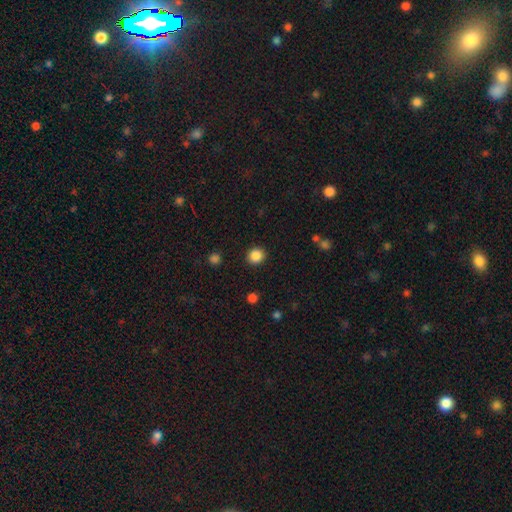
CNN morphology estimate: Smooth or featured? Predicted: smooth (p=0.87). How rounded? Predicted: round (p=0.84). Merging? Predicted: none (p=0.91).